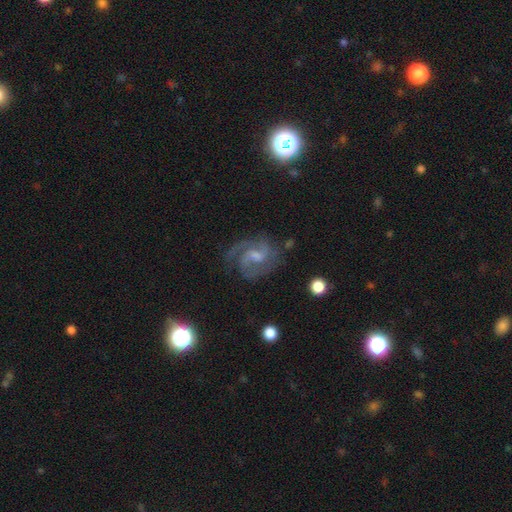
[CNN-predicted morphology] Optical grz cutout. It shows a featured or disk galaxy (83%) with a weak bar (56%), 2 (45%) medium (52%) spiral arms (96%) and a small central bulge (42%). Merging: none (69%).